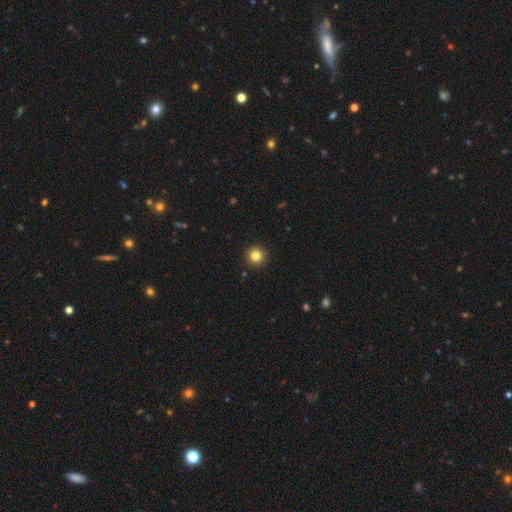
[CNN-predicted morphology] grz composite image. It shows a smooth galaxy with no disk features (83%) that is round (96%). Merging: none (93%).